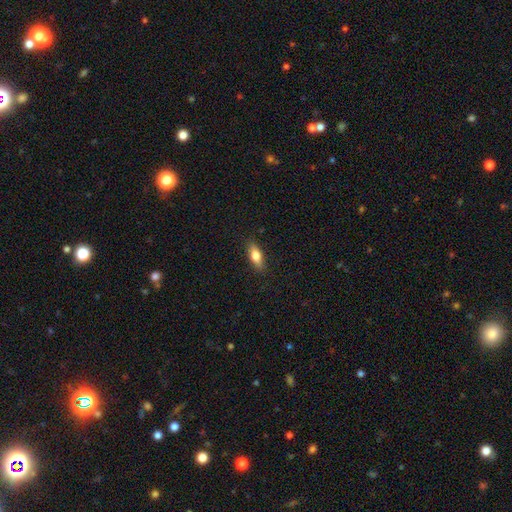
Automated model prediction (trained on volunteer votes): smooth 74%, featured or disk 19%, star or artifact 7%. Down the decision tree: how rounded — in between (75%); merging — none (86%).